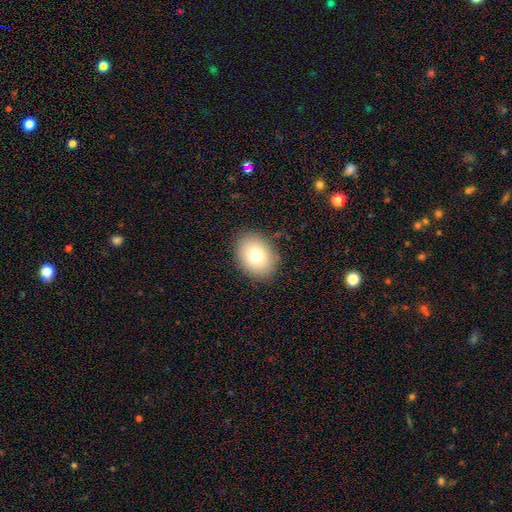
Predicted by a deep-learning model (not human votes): This appears to be a smooth galaxy with no disk features (75%) that is in between round and cigar-shaped (60%). Merging: none (86%).